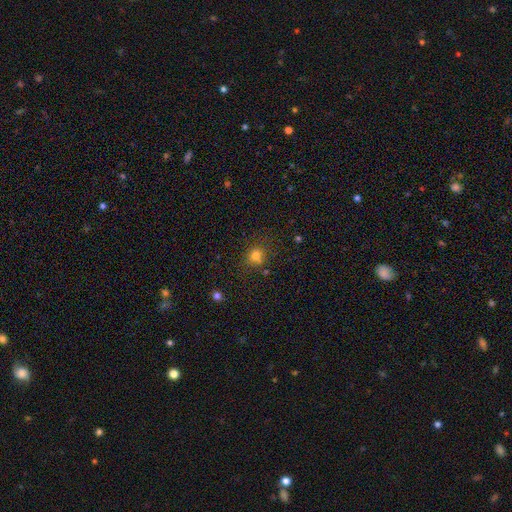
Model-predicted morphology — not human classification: smooth_or_featured: smooth (p=0.75) [alt: star or artifact p=0.17]
how_rounded: round (p=0.77) [alt: in between p=0.22]
merging: none (p=0.70) [alt: minor disturbance p=0.15]